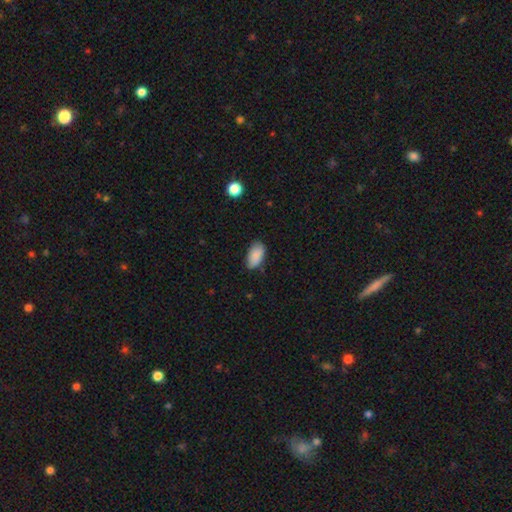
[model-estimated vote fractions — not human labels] Morphology: type=smooth (88%); roundness=in between (94%); merging=none (75%).